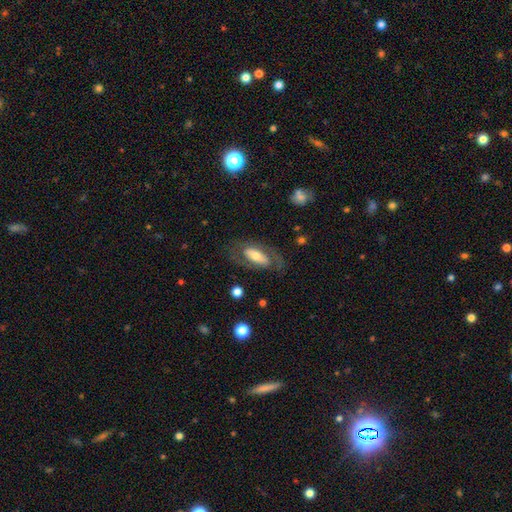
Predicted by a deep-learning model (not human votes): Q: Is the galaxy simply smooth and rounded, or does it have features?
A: featured or disk — 51%.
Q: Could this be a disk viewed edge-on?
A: no — 84%.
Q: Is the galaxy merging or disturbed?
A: none — 68%.